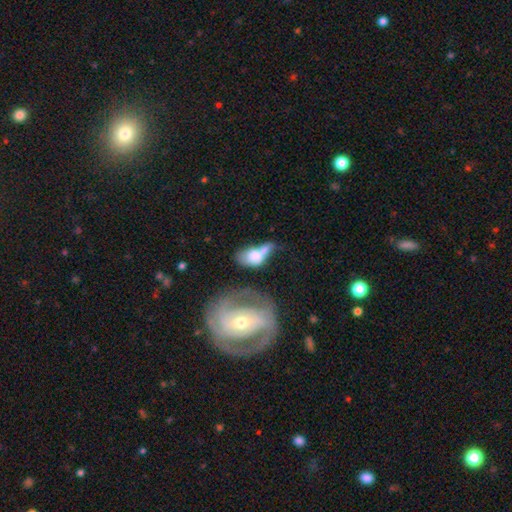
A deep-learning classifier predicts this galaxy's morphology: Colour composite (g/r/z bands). It shows a smooth galaxy with no disk features (63%) that is in between round and cigar-shaped (83%). Merging: merger (53%).